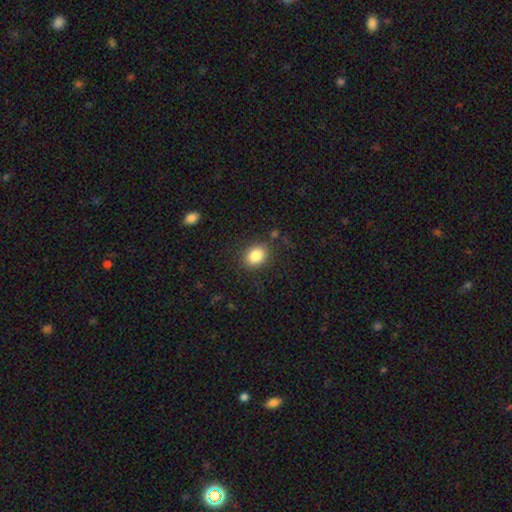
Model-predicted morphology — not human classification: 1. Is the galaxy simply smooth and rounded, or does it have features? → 86% smooth, 9% star or artifact, 6% featured or disk.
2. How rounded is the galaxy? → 64% in between, 35% round, 1% cigar-shaped.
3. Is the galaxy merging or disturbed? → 84% none, 10% minor disturbance, 4% major disturbance, 2% merger.